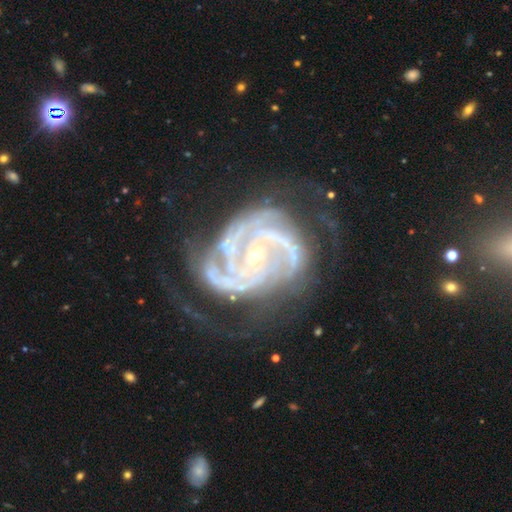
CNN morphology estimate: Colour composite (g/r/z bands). It shows a featured or disk galaxy (91%) with no bar (56%), 3 (33%) tight (56%) spiral arms (98%) and a small central bulge (72%). Merging: none (53%).